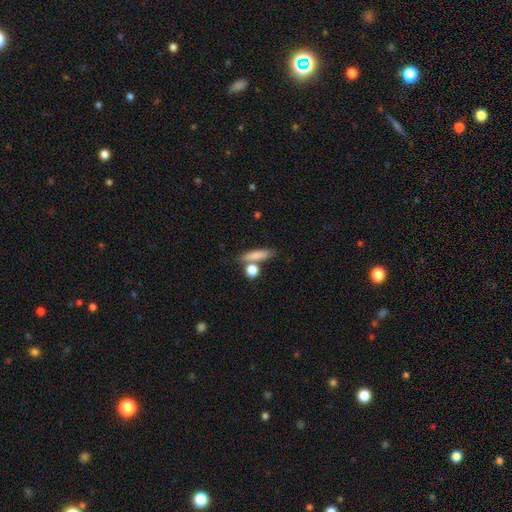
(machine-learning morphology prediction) The model was most divided on "how rounded": cigar-shaped: 57%, in between: 31%, round: 12%. More confident: smooth or featured — smooth (79%); merging — none (65%).